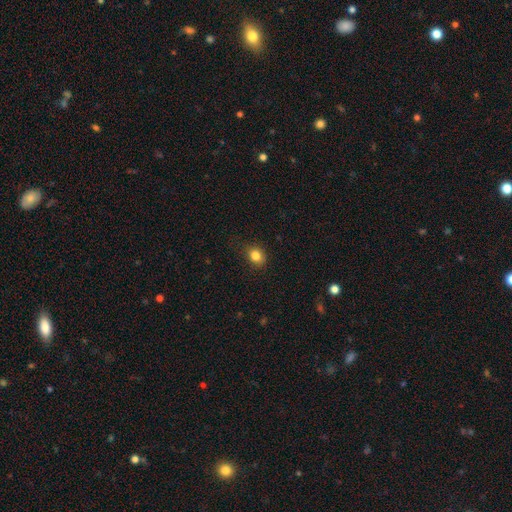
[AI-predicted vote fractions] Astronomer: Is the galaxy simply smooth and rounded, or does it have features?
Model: smooth — 84%.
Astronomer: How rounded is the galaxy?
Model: round — 55% (runner-up: in between, 44%).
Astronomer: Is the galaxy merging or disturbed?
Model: none — 82%.